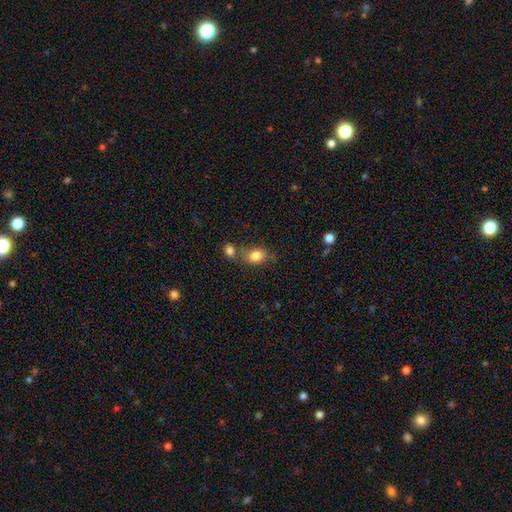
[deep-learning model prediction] Q: Smooth or featured?
A: smooth (83%); runner-up: star or artifact (9%)
Q: How rounded?
A: in between (65%); runner-up: round (33%)
Q: Merging?
A: none (56%); runner-up: merger (24%)